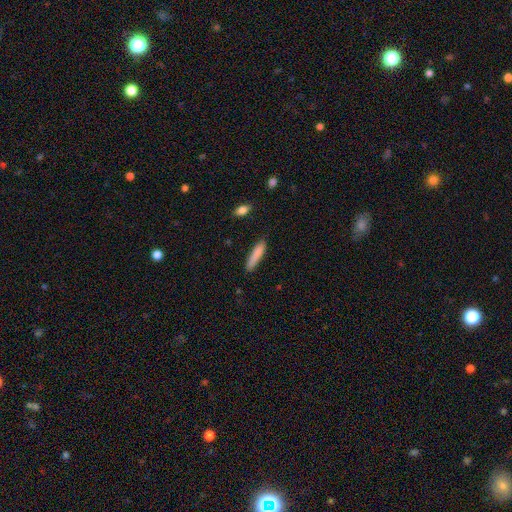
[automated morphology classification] A smooth galaxy with no disk features (84%) that is cigar-shaped (85%).

Vote fractions:
- Smooth or featured? smooth: 84% / featured or disk: 10% / star or artifact: 6%
- How rounded? cigar-shaped: 85% / in between: 13% / round: 1%
- Merging? none: 82% / minor disturbance: 14% / major disturbance: 3% / merger: 2%